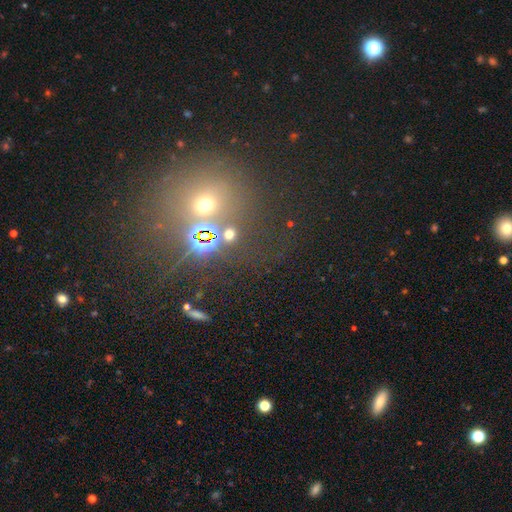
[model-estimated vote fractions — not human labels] star or artifact 61%, smooth 28%, featured or disk 11%.